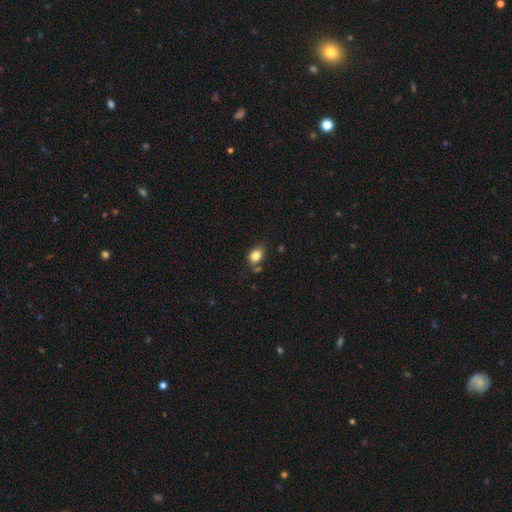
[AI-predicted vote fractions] This appears to be a smooth galaxy with no disk features (84%) that is in between round and cigar-shaped (72%). Merging: none (69%).